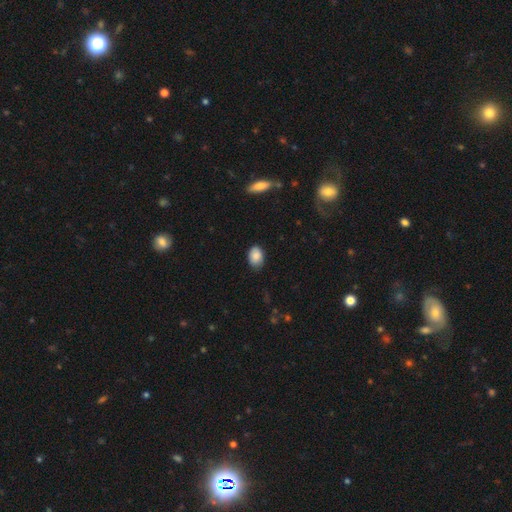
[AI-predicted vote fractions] Smooth or featured? Predicted: smooth (p=0.87). How rounded? Predicted: in between (p=0.81). Merging? Predicted: none (p=0.83).